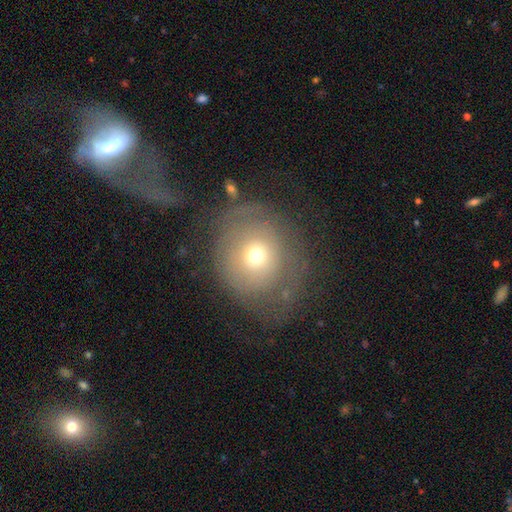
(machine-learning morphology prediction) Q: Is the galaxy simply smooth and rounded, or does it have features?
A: smooth — 53%.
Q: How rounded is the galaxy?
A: round — 83%.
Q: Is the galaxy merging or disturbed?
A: none — 57%.